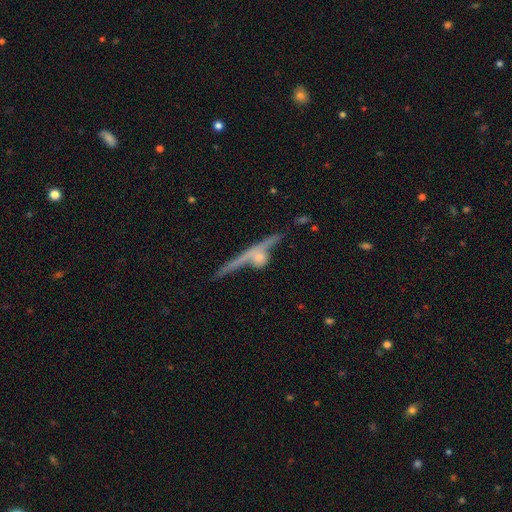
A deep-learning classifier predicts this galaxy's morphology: type=featured or disk (64%); edge-on=yes (85%); edge-on bulge=rounded (54%); merging=none (51%).